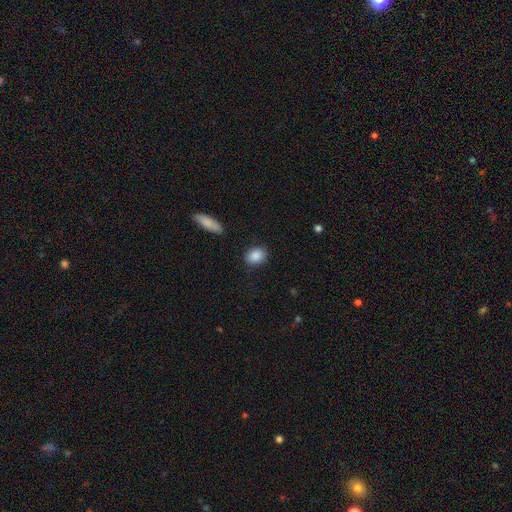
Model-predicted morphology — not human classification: This is clearly a smooth galaxy (88%). How rounded: likely in between (60%). Merging: clearly none (86%).